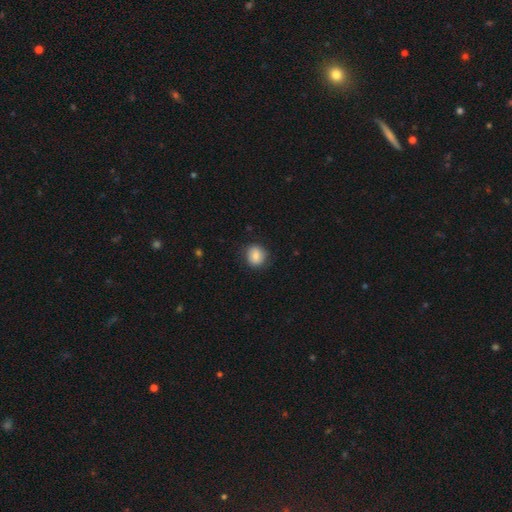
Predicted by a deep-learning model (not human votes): smooth 77%, featured or disk 15%, star or artifact 8%. Down the decision tree: how rounded — round (77%); merging — none (81%).